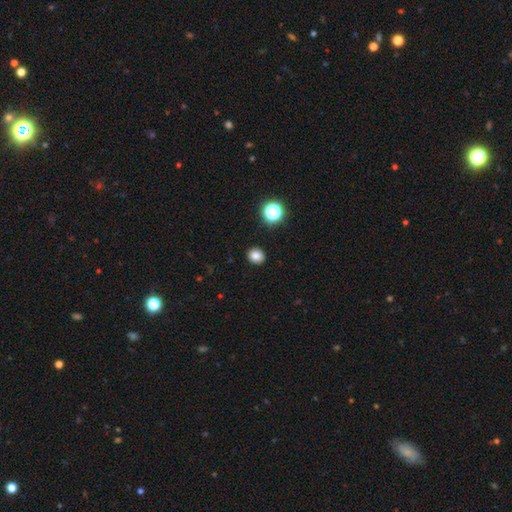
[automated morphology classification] The model was most divided on "how rounded": round: 79%, in between: 20%, cigar-shaped: 1%. More confident: merging — none (91%); smooth or featured — smooth (81%).